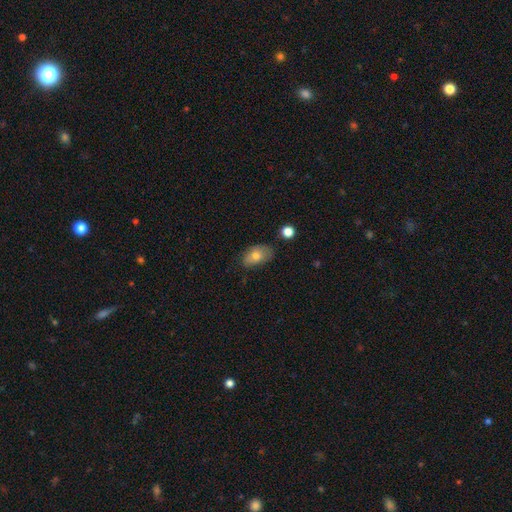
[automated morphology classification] smooth-or-featured: smooth: 74% | featured or disk: 17% | star or artifact: 8%
  how-rounded: in between: 88% | round: 10% | cigar-shaped: 2%
  merging: none: 62% | minor disturbance: 29% | major disturbance: 6% | merger: 3%